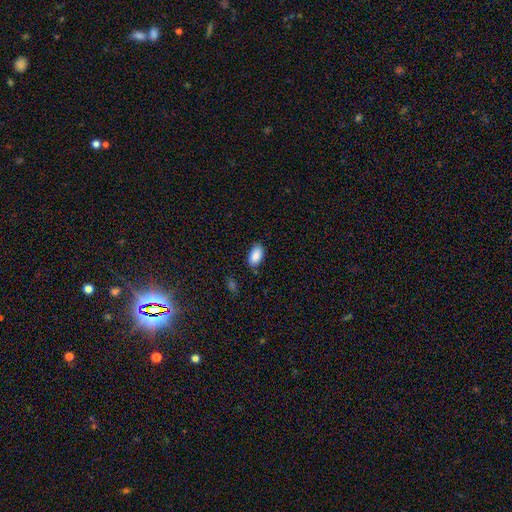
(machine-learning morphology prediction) A smooth galaxy with no disk features (88%) that is in between round and cigar-shaped (94%).

Vote fractions:
- Smooth or featured? smooth: 88% / star or artifact: 7% / featured or disk: 5%
- How rounded? in between: 94% / round: 4% / cigar-shaped: 2%
- Merging? none: 82% / minor disturbance: 14% / major disturbance: 3% / merger: 2%